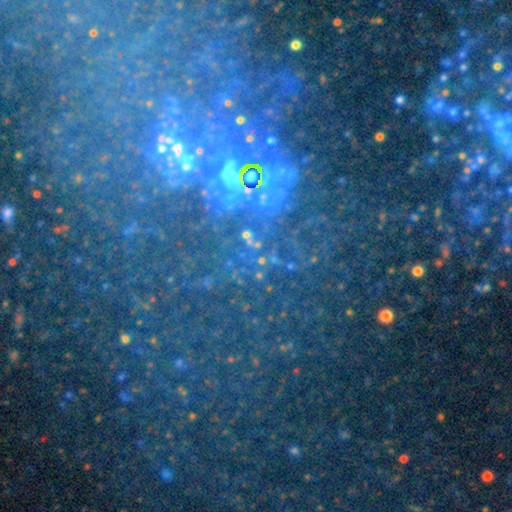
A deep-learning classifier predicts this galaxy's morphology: star or artifact 72%, featured or disk 15%, smooth 13%.